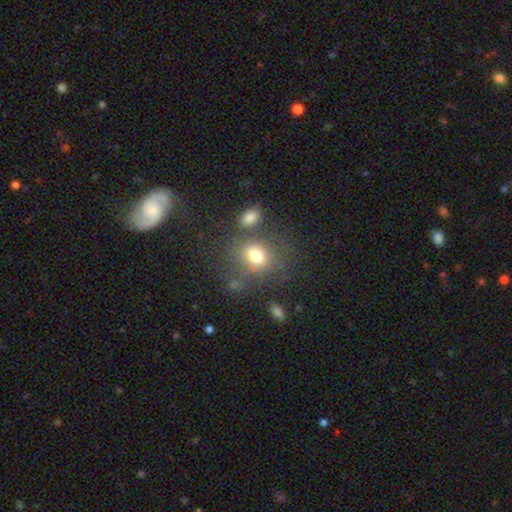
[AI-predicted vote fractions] Overall: smooth (73%). How rounded: in between (55%; round 43%). Merging: none (61%).